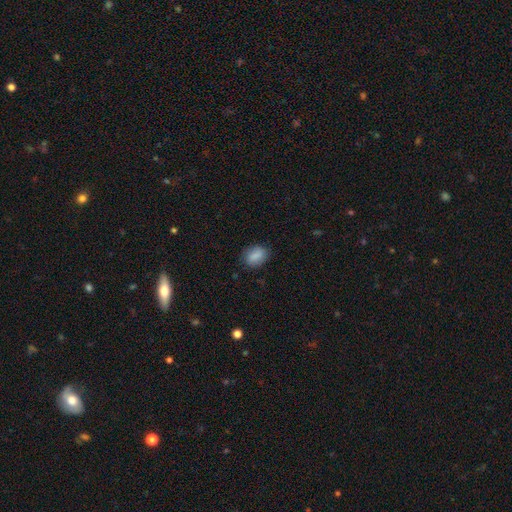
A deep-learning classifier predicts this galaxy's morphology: A smooth galaxy with no disk features (86%) that is in between round and cigar-shaped (73%). Merging: none (82%).